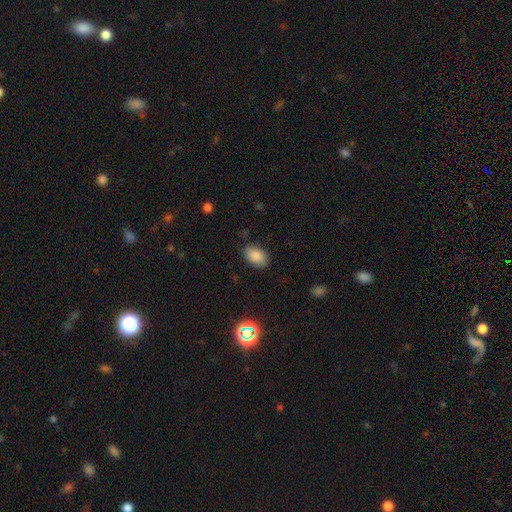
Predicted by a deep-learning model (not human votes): smooth_or_featured: smooth (p=0.87) [alt: star or artifact p=0.09]
how_rounded: in between (p=0.90) [alt: round p=0.08]
merging: none (p=0.84) [alt: minor disturbance p=0.12]